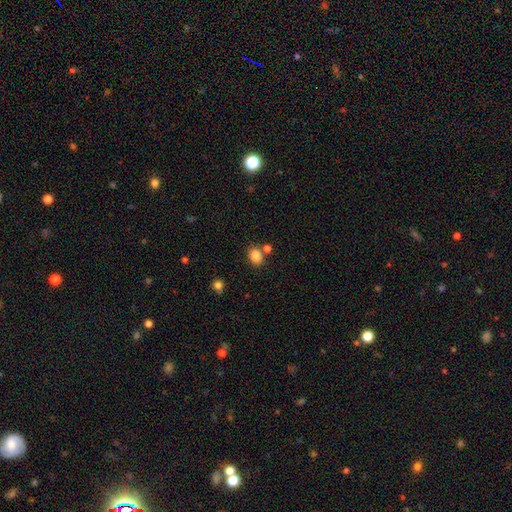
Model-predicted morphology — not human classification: type=smooth (85%); roundness=in between (54%); merging=none (73%).